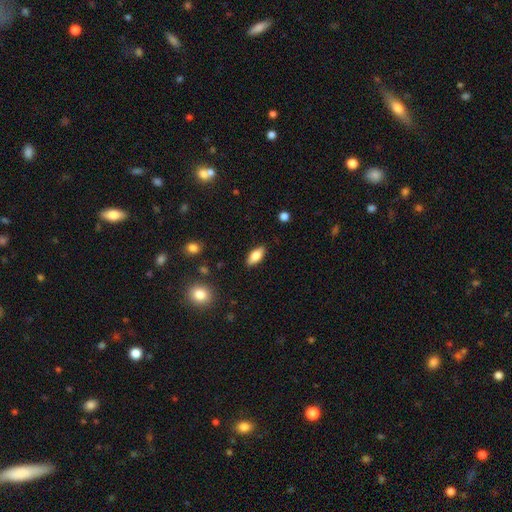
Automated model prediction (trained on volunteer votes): smooth-or-featured: smooth: 77% | featured or disk: 16% | star or artifact: 7%
  how-rounded: in between: 83% | cigar-shaped: 14% | round: 3%
  merging: none: 88% | minor disturbance: 9% | major disturbance: 2% | merger: 1%